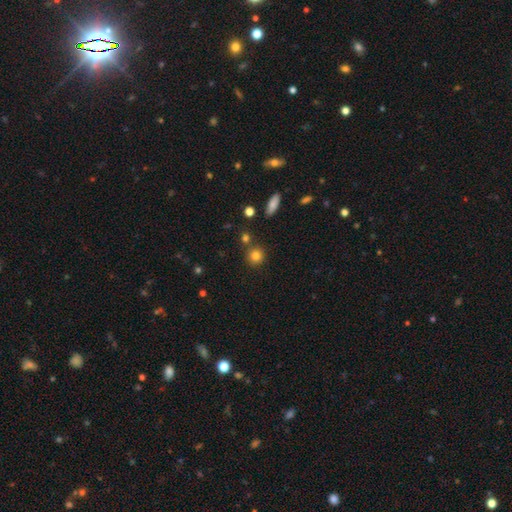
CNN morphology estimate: type=smooth (81%); roundness=round (91%); merging=none (79%).